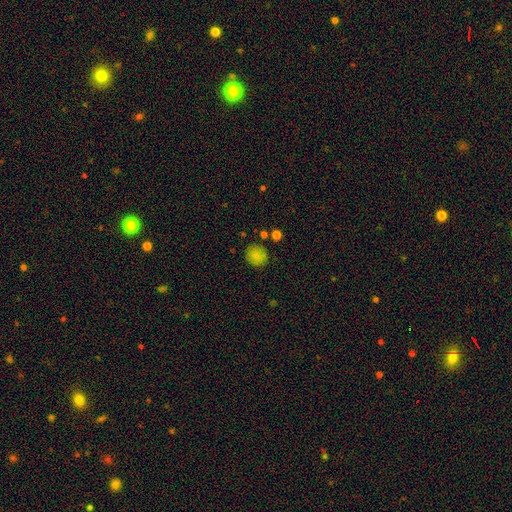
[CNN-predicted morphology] Smooth or featured: smooth — 84% (star or artifact — 11%)
How rounded: round — 84% (in between — 15%)
Merging: none — 83% (minor disturbance — 10%)